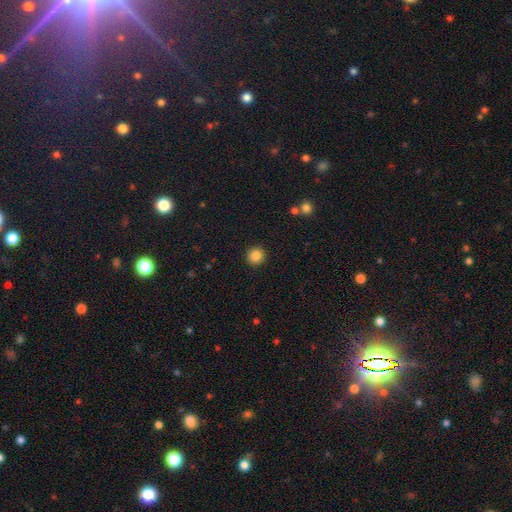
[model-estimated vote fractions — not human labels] Smooth or featured: smooth — 85% (star or artifact — 10%)
How rounded: round — 95% (in between — 4%)
Merging: none — 93% (minor disturbance — 5%)